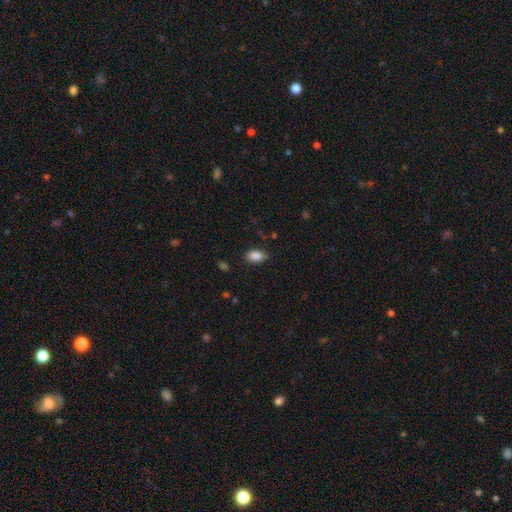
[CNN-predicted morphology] A smooth galaxy with no disk features (88%) that is in between round and cigar-shaped (90%). Merging: none (82%).